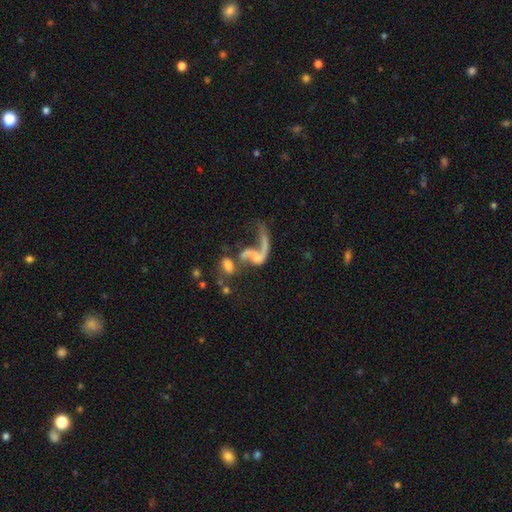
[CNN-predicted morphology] type=featured or disk (66%); edge-on=no (93%); bar=no (66%); spiral arms=yes (61%); bulge=none (46%); merging=merger (46%).